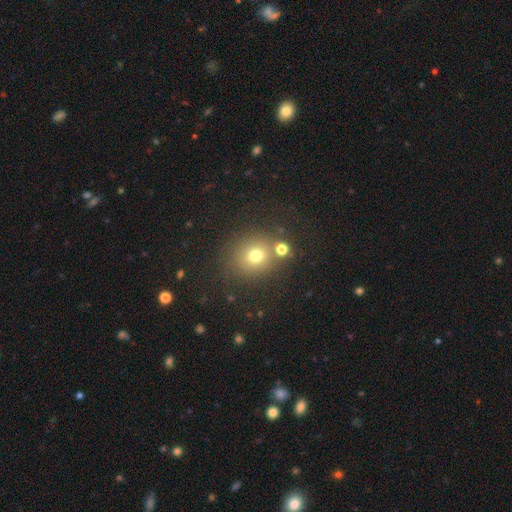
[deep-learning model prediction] Smooth or featured: smooth — 71% (star or artifact — 18%)
How rounded: round — 82% (in between — 17%)
Merging: none — 72% (merger — 14%)